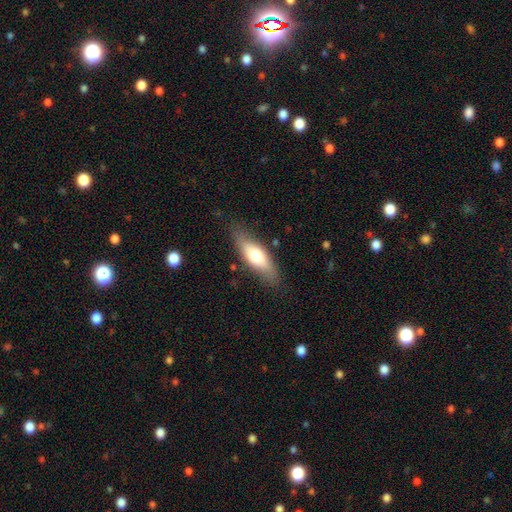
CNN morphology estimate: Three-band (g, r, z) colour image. It shows a smooth galaxy with no disk features (61%) that is in between round and cigar-shaped (62%). Merging: none (79%).